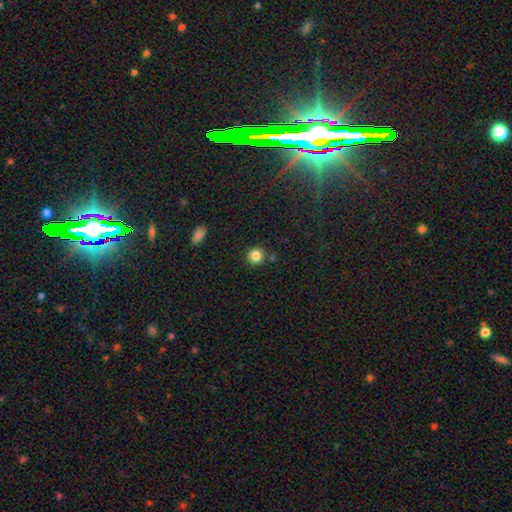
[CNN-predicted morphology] type=smooth (84%); roundness=round (93%); merging=none (86%).